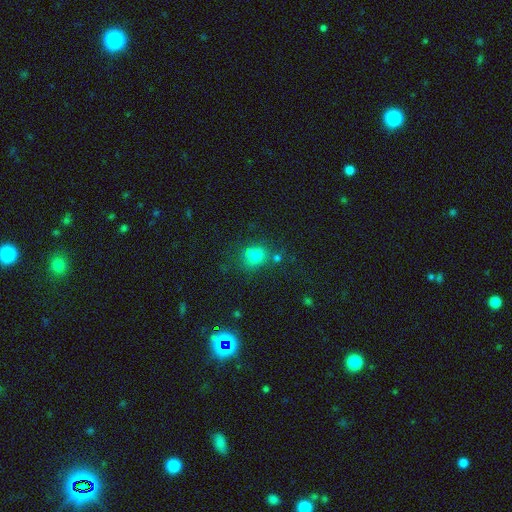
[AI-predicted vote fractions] The model was most divided on "merging": none: 57%, merger: 19%, minor disturbance: 17%, major disturbance: 7%. More confident: smooth or featured — smooth (72%); how rounded — round (68%).